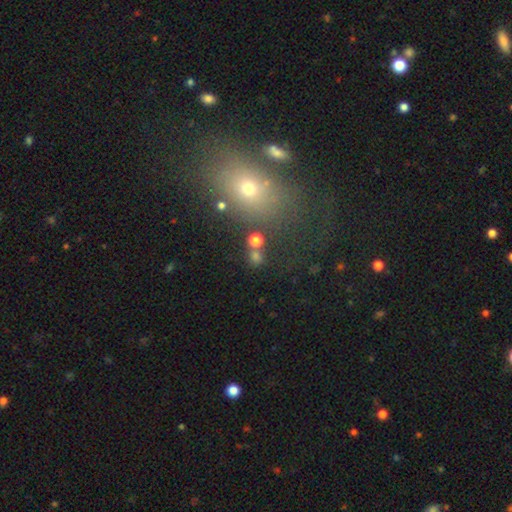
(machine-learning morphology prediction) Smooth or featured? smooth (67%)
How rounded? round (72%)
Merging? none (65%)